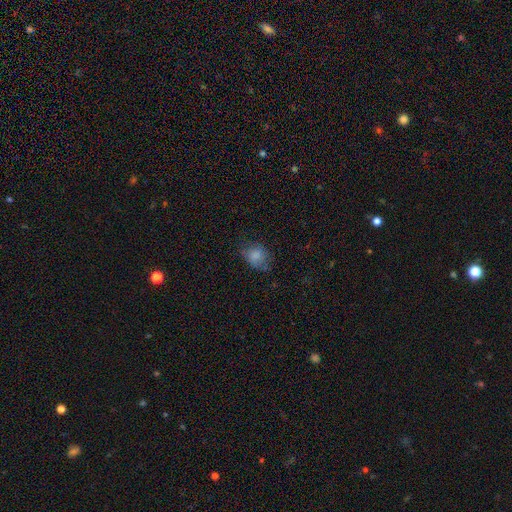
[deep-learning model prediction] Morphology: type=smooth (82%); roundness=round (55%); merging=none (63%).